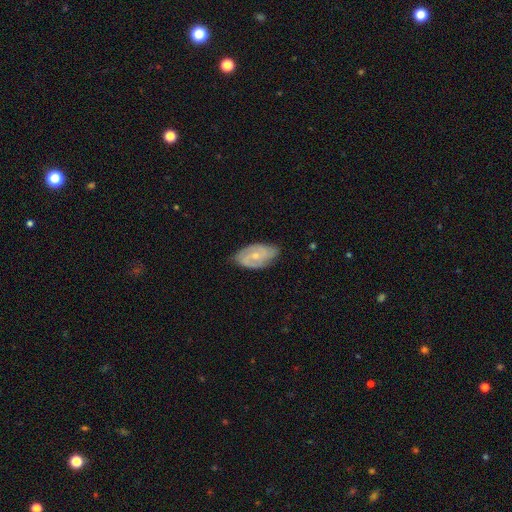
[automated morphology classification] Smooth or featured?
  - featured or disk: 68% *
  - smooth: 26%
  - star or artifact: 6%
Edge-on disk?
  - no: 95% *
  - yes: 5%
Bar?
  - no: 59% *
  - weak: 34%
  - strong: 7%
Spiral arms?
  - yes: 87% *
  - no: 13%
Spiral winding?
  - tight: 48% *
  - medium: 40%
  - loose: 12%
Spiral arm count?
  - 2: 59% *
  - can't tell: 22%
  - 3: 12%
  - 1: 3%
  - 4: 2%
  - more than 4: 2%
Bulge size?
  - small: 54% *
  - moderate: 41%
  - none: 2%
  - large: 1%
  - dominant: 1%
Merging?
  - none: 71% *
  - minor disturbance: 24%
  - major disturbance: 4%
  - merger: 1%